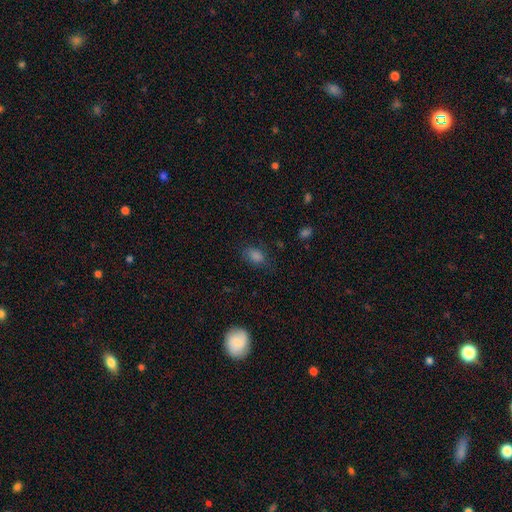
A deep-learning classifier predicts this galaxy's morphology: This appears to be a smooth galaxy with no disk features (75%) that is in between round and cigar-shaped (77%). Merging: none (73%).